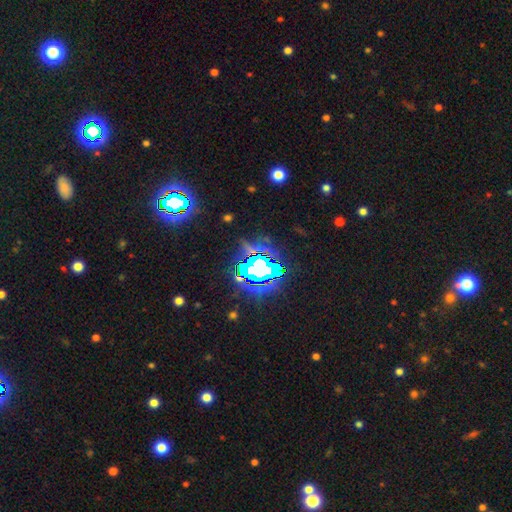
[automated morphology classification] smooth_or_featured: star or artifact (p=0.72) [alt: featured or disk p=0.15]